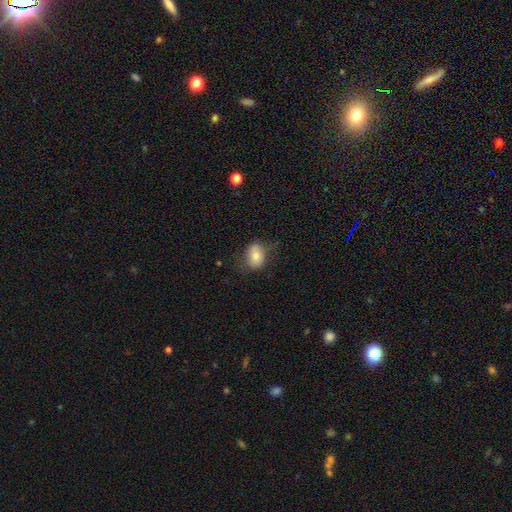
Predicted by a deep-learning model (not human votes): This is likely a smooth galaxy (75%). How rounded: likely in between (70%). Merging: likely none (65%).